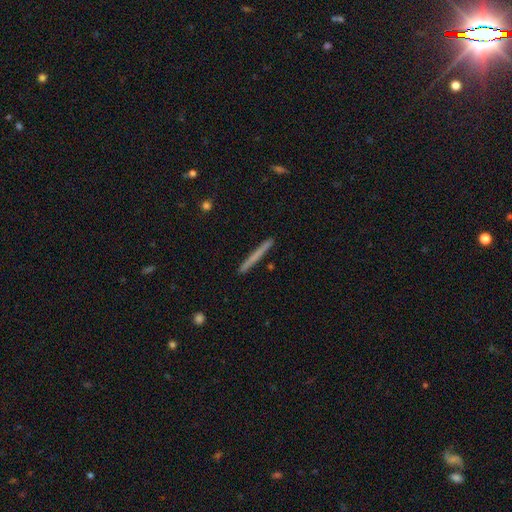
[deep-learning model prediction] smooth-or-featured: smooth: 60% | featured or disk: 34% | star or artifact: 6%
  how-rounded: cigar-shaped: 97% | in between: 2% | round: 1%
  merging: none: 92% | minor disturbance: 6% | major disturbance: 1% | merger: 1%